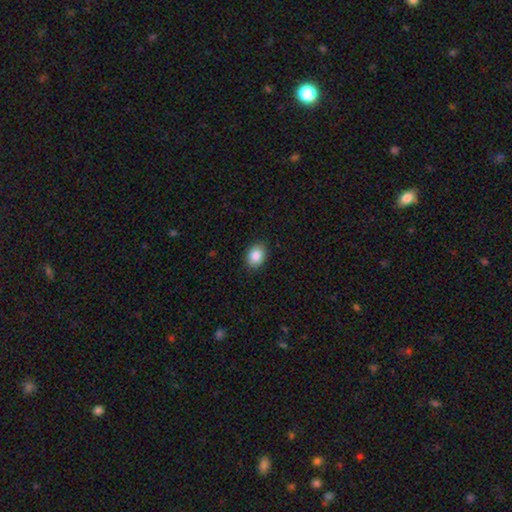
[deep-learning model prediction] A smooth galaxy with no disk features (87%) that is in between round and cigar-shaped (63%).

Vote fractions:
- Smooth or featured? smooth: 87% / star or artifact: 8% / featured or disk: 5%
- How rounded? in between: 63% / round: 36% / cigar-shaped: 1%
- Merging? none: 88% / minor disturbance: 9% / major disturbance: 2% / merger: 1%